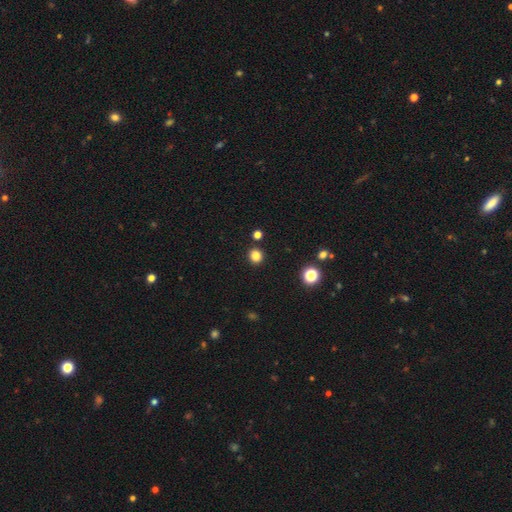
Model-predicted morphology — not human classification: Overall: smooth (82%). How rounded: round (88%). Merging: none (90%).